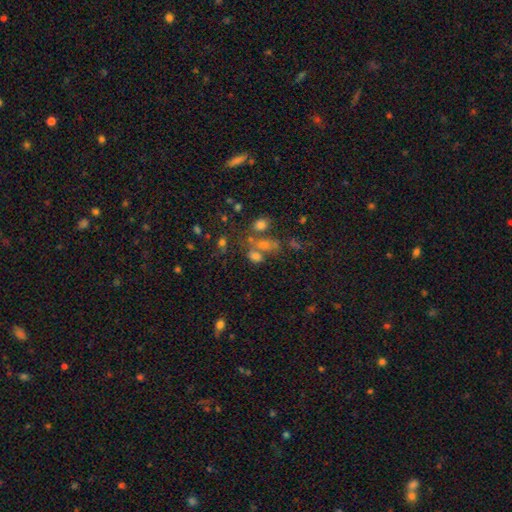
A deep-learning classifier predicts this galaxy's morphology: smooth_or_featured: smooth (p=0.60) [alt: star or artifact p=0.25]
how_rounded: in between (p=0.67) [alt: round p=0.30]
merging: none (p=0.38) [alt: merger p=0.37]